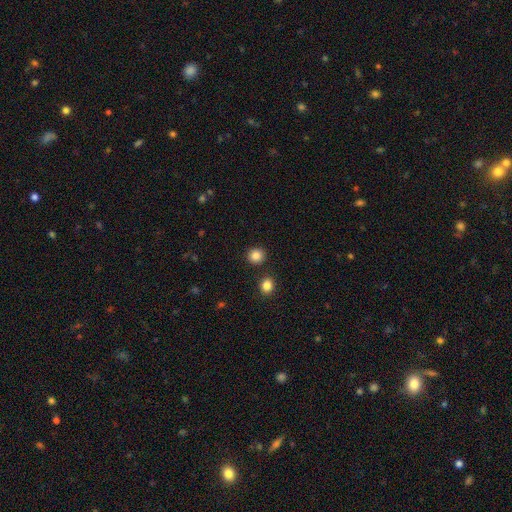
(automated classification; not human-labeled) A smooth galaxy with no disk features (86%) that is round (88%). Merging: none (89%).